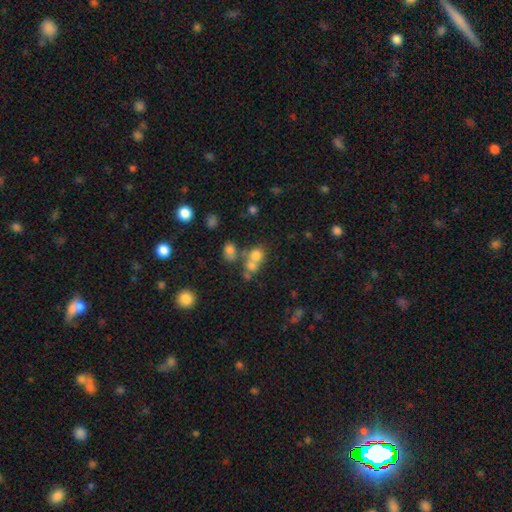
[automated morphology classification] Smooth or featured?
  - smooth: 69% *
  - star or artifact: 16%
  - featured or disk: 15%
How rounded?
  - round: 73% *
  - in between: 26%
  - cigar-shaped: 1%
Merging?
  - merger: 49% *
  - none: 38%
  - minor disturbance: 8%
  - major disturbance: 5%